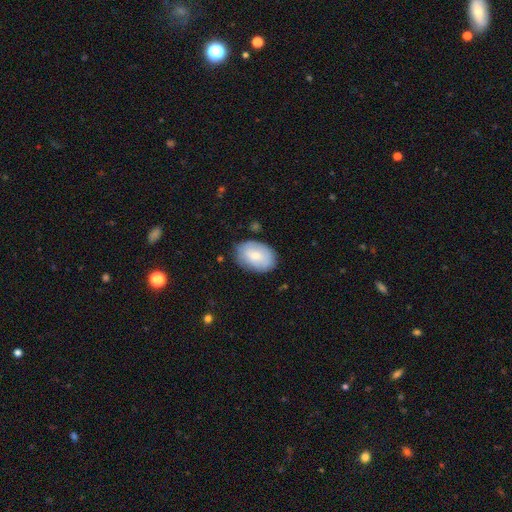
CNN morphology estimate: This is likely a smooth galaxy (73%). How rounded: clearly in between (87%). Merging: likely none (79%).